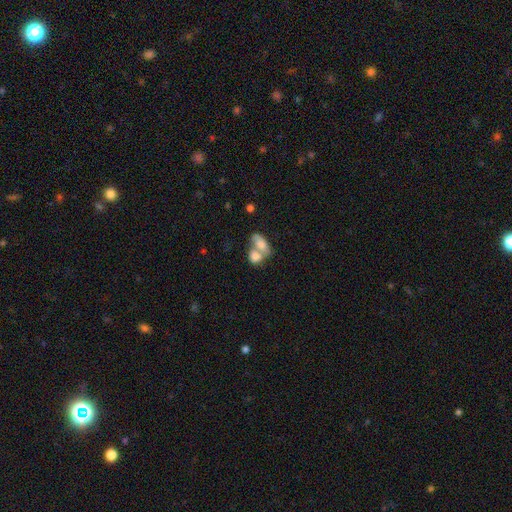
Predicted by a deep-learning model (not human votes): A smooth galaxy with no disk features (72%) that is in between round and cigar-shaped (83%). Merging: merger (72%).